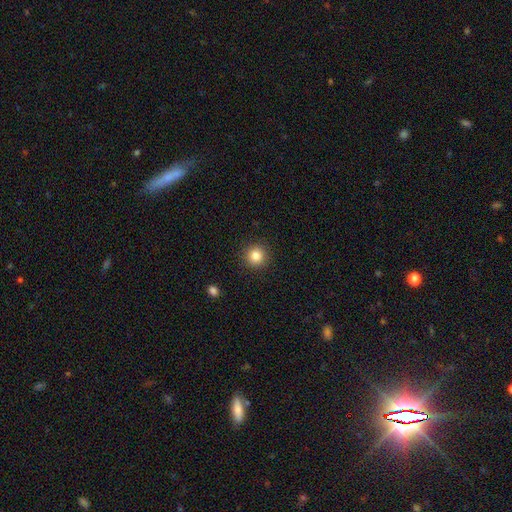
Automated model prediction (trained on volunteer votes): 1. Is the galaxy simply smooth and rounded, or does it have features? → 85% smooth, 11% star or artifact, 5% featured or disk.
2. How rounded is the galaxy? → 94% round, 6% in between, 1% cigar-shaped.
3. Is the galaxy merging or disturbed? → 91% none, 6% minor disturbance, 2% major disturbance, 1% merger.